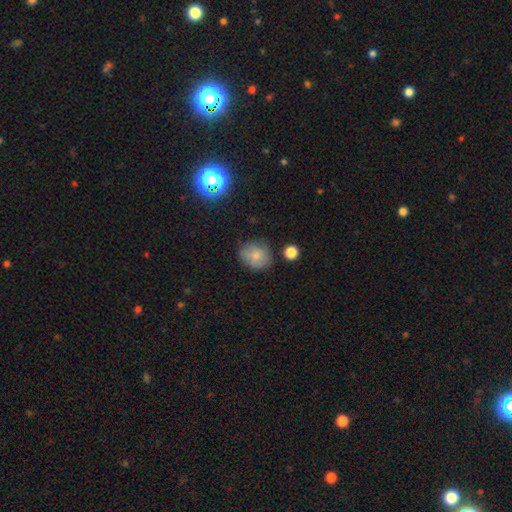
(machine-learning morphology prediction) Smooth or featured? Predicted: smooth (p=0.73). How rounded? Predicted: round (p=0.77). Merging? Predicted: none (p=0.74).